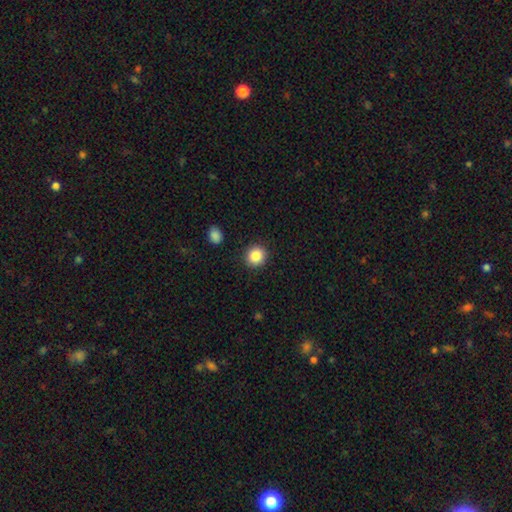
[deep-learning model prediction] smooth_or_featured: smooth (p=0.87) [alt: star or artifact p=0.09]
how_rounded: round (p=0.90) [alt: in between p=0.09]
merging: none (p=0.90) [alt: minor disturbance p=0.06]